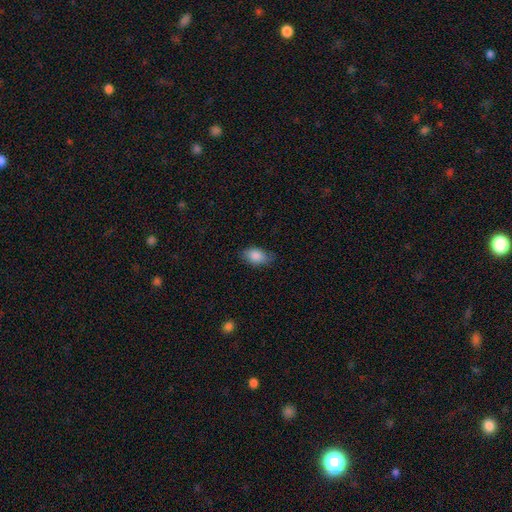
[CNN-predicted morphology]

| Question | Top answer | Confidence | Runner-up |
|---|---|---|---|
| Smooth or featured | smooth | 86% | star or artifact (7%) |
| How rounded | in between | 88% | round (10%) |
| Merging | none | 72% | minor disturbance (22%) |